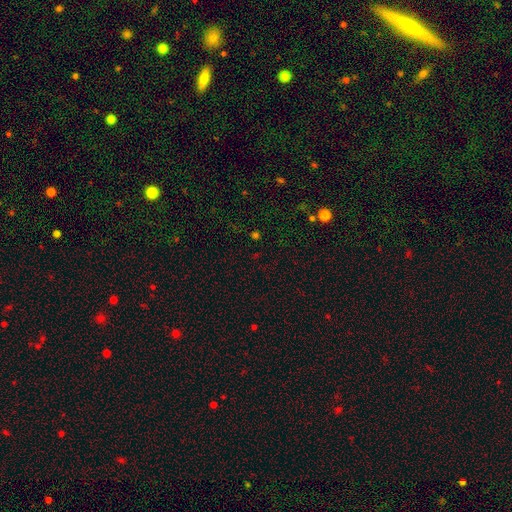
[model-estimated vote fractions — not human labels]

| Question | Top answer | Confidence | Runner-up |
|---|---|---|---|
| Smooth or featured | star or artifact | 58% | smooth (35%) |